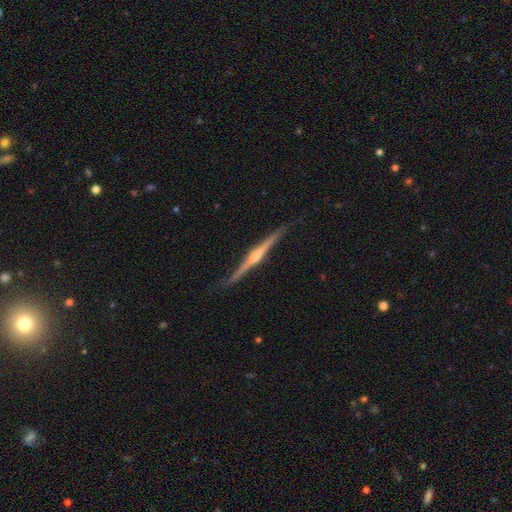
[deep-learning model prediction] A featured or disk galaxy (86%) viewed edge-on (98%) with a rounded central bulge (86%). Merging: none (88%).